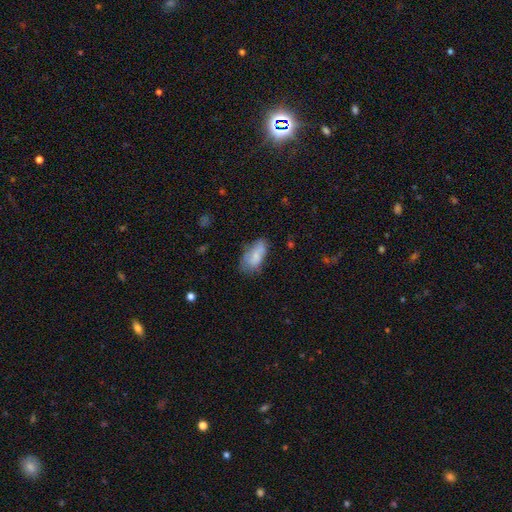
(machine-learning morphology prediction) This is likely a smooth galaxy (75%). How rounded: clearly in between (89%). Merging: possibly none (52%).